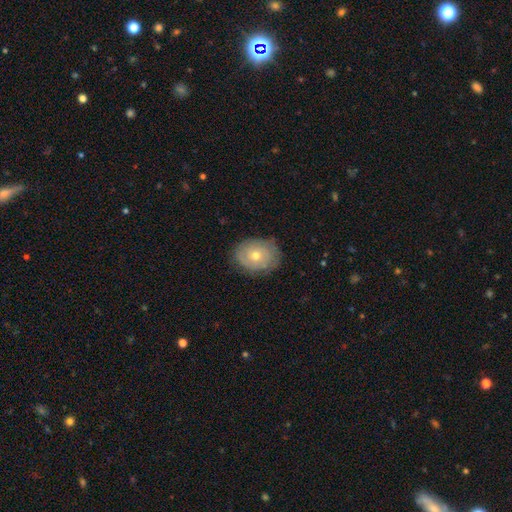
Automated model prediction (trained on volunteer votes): smooth-or-featured: featured or disk: 48% | smooth: 44% | star or artifact: 8%
  merging: none: 79% | minor disturbance: 16% | major disturbance: 4% | merger: 1%